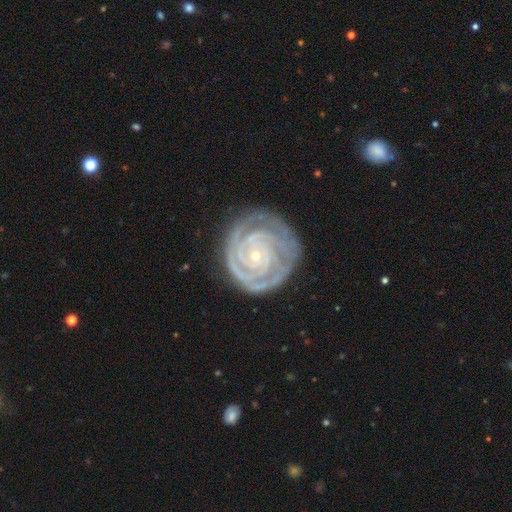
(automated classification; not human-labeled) Smooth or featured?
  - featured or disk: 90% *
  - star or artifact: 5%
  - smooth: 5%
Edge-on disk?
  - no: 97% *
  - yes: 3%
Bar?
  - no: 75% *
  - weak: 16%
  - strong: 9%
Spiral arms?
  - yes: 98% *
  - no: 2%
Spiral winding?
  - tight: 87% *
  - medium: 11%
  - loose: 2%
Spiral arm count?
  - 2: 37% *
  - 3: 26%
  - can't tell: 15%
  - 4: 10%
  - more than 4: 6%
  - 1: 6%
Bulge size?
  - small: 85% *
  - moderate: 12%
  - none: 1%
  - large: 1%
  - dominant: 1%
Merging?
  - none: 78% *
  - minor disturbance: 16%
  - major disturbance: 5%
  - merger: 1%